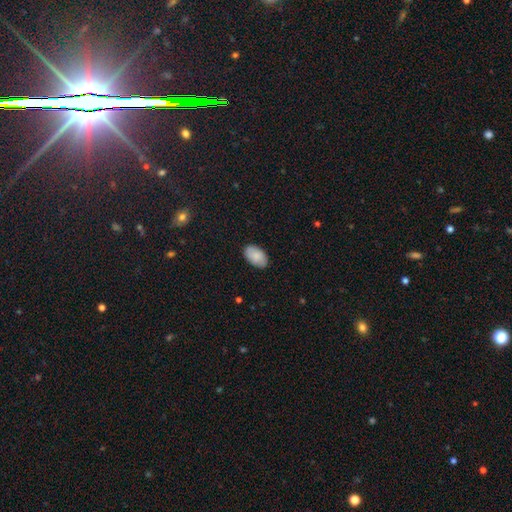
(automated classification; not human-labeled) Morphology: type=smooth (85%); roundness=in between (94%); merging=none (86%).